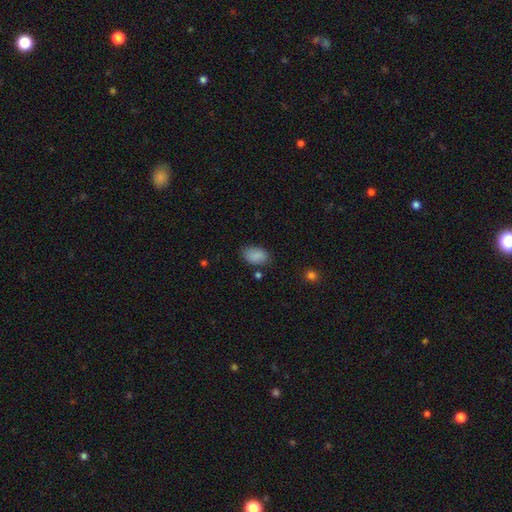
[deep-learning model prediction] Smooth or featured: smooth — 88% (star or artifact — 8%)
How rounded: in between — 90% (round — 9%)
Merging: none — 78% (minor disturbance — 16%)